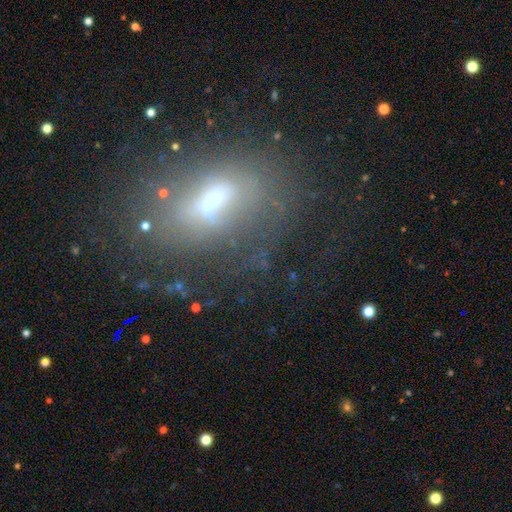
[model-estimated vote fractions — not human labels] Morphology: type=featured or disk (43%); merging=none (61%).